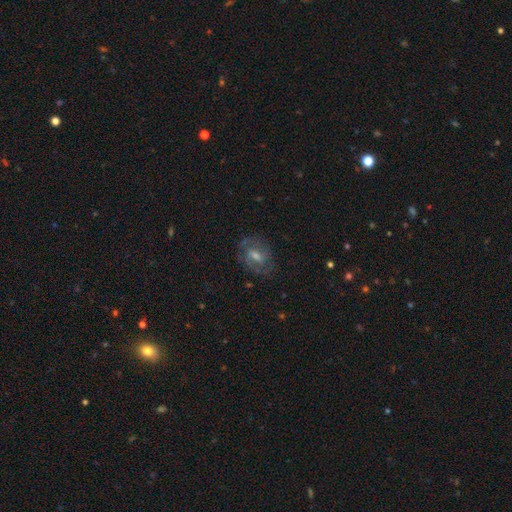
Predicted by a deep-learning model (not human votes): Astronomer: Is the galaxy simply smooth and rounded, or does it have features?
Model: featured or disk — 61%.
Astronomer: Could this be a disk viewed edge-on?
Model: no — 95%.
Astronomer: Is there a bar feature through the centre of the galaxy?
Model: weak — 52% (runner-up: no, 28%).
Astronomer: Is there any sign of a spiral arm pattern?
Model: yes — 74%.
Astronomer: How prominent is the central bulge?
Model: moderate — 50% (runner-up: small, 33%).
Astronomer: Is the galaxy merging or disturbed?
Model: none — 68%.